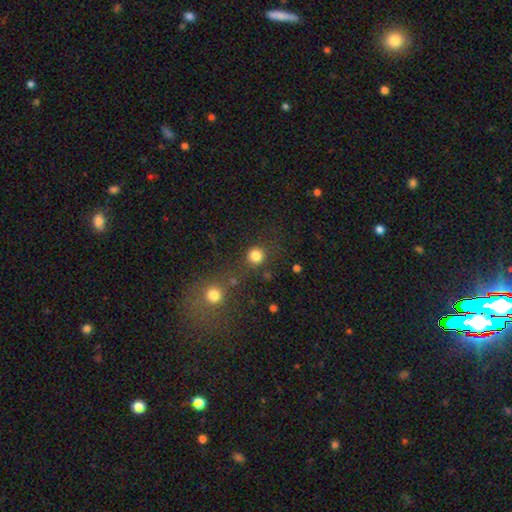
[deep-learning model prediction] This appears to be a smooth galaxy with no disk features (82%) that is round (93%). Merging: none (80%).